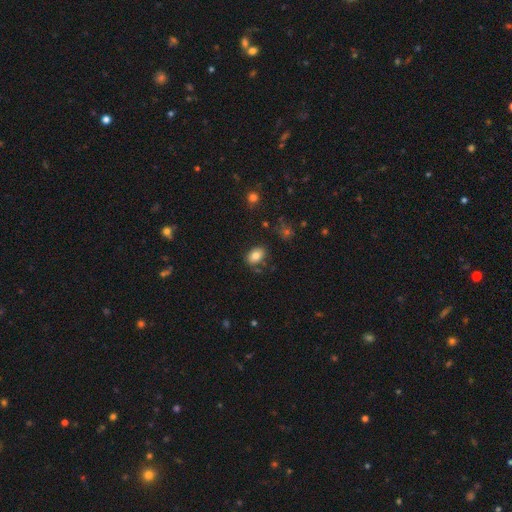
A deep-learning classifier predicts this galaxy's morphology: This appears to be a smooth galaxy with no disk features (80%) that is in between round and cigar-shaped (80%). Merging: none (79%).